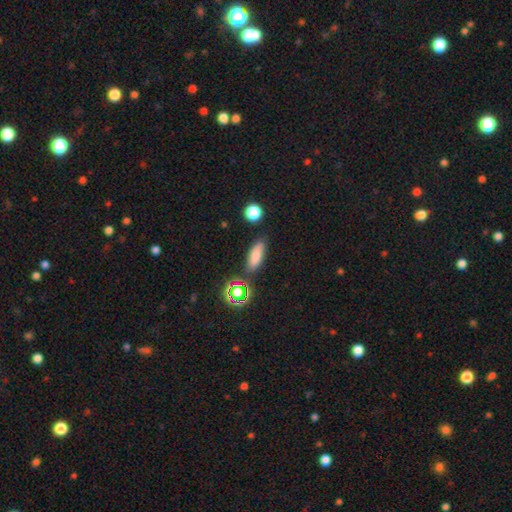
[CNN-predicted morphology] type=smooth (77%); roundness=in between (60%); merging=none (77%).